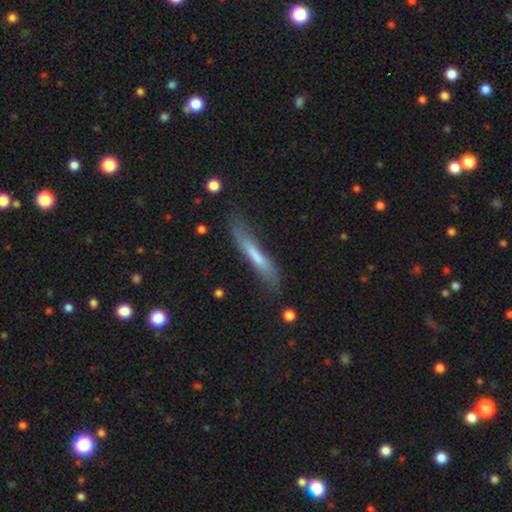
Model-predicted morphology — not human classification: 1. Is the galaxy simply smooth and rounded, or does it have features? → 59% smooth, 34% featured or disk, 7% star or artifact.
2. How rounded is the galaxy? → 91% cigar-shaped, 7% in between, 2% round.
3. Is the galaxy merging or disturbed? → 60% none, 26% minor disturbance, 11% major disturbance, 3% merger.